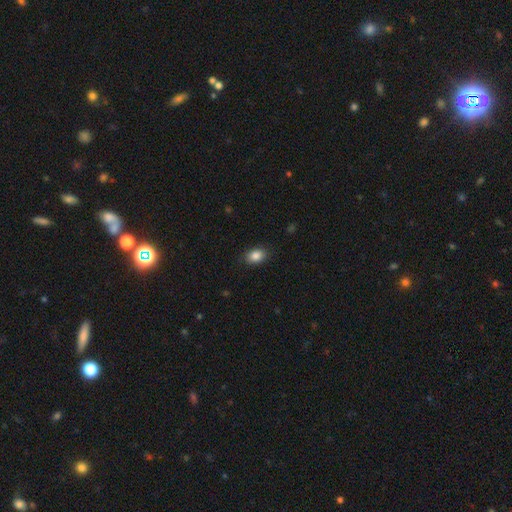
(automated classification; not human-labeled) Q: Smooth or featured?
A: smooth (87%); runner-up: star or artifact (8%)
Q: How rounded?
A: in between (79%); runner-up: round (19%)
Q: Merging?
A: none (86%); runner-up: minor disturbance (10%)